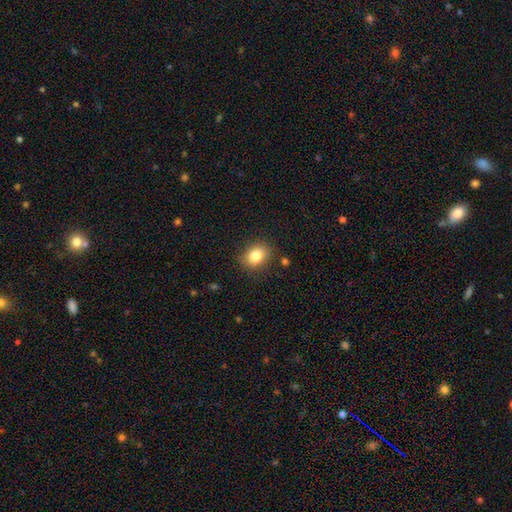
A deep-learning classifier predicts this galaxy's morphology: A smooth galaxy with no disk features (83%) that is in between round and cigar-shaped (59%).

Vote fractions:
- Smooth or featured? smooth: 83% / star or artifact: 9% / featured or disk: 8%
- How rounded? in between: 59% / round: 40% / cigar-shaped: 1%
- Merging? none: 82% / minor disturbance: 13% / major disturbance: 3% / merger: 2%